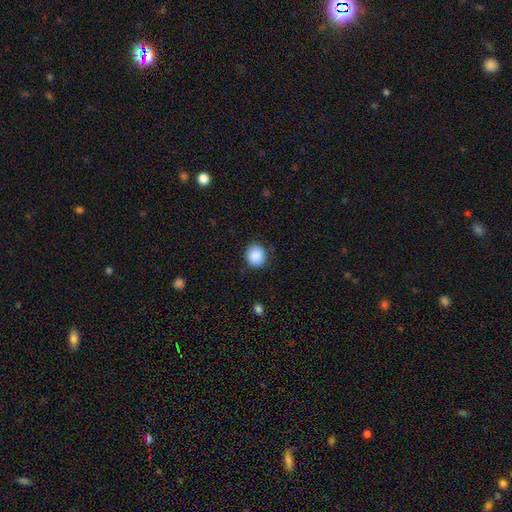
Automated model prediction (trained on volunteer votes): This appears to be a smooth galaxy with no disk features (88%) that is round (86%). Merging: none (85%).